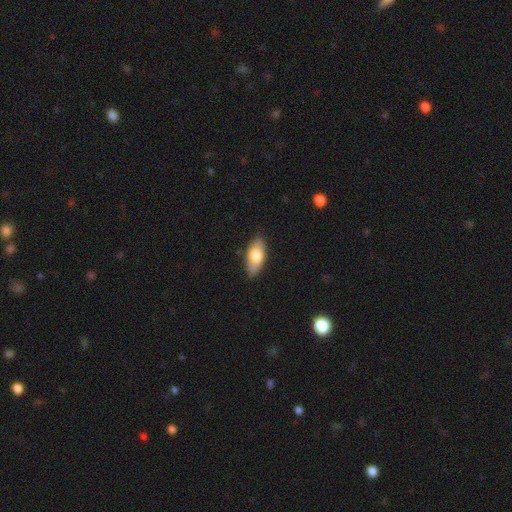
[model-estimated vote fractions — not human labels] Smooth or featured?
  - smooth: 75% *
  - featured or disk: 19%
  - star or artifact: 6%
How rounded?
  - in between: 86% *
  - cigar-shaped: 11%
  - round: 3%
Merging?
  - none: 85% *
  - minor disturbance: 12%
  - major disturbance: 2%
  - merger: 1%